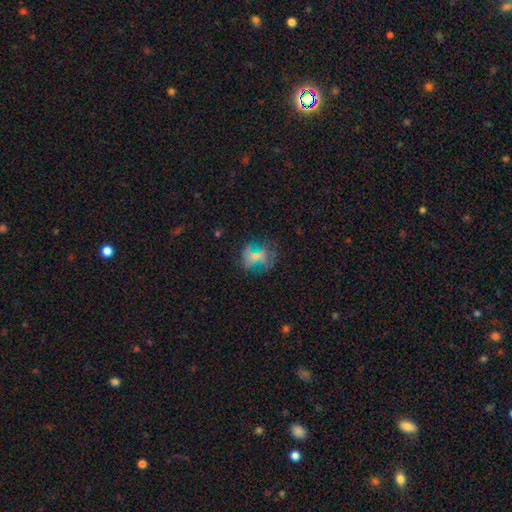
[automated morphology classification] Smooth or featured?
  - smooth: 45% *
  - featured or disk: 34%
  - star or artifact: 21%
Merging?
  - none: 54% *
  - major disturbance: 20%
  - minor disturbance: 20%
  - merger: 7%